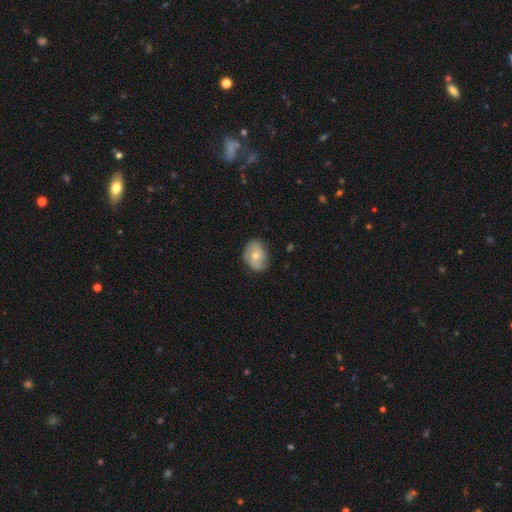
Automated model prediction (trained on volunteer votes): Smooth or featured?
  - smooth: 47% *
  - featured or disk: 46%
  - star or artifact: 7%
Merging?
  - none: 65% *
  - minor disturbance: 26%
  - major disturbance: 7%
  - merger: 1%